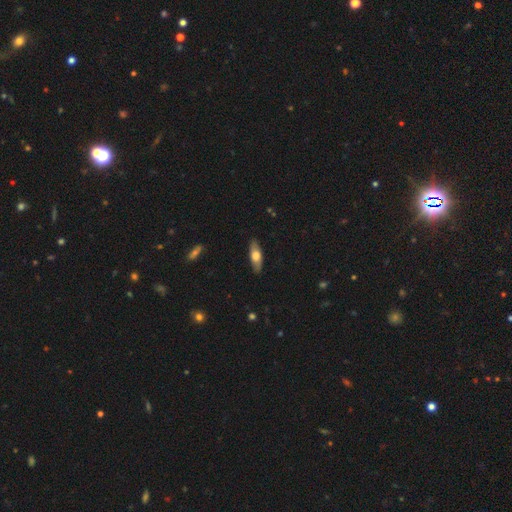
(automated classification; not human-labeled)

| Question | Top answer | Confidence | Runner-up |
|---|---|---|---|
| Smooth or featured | smooth | 55% | featured or disk (39%) |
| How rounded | in between | 59% | cigar-shaped (38%) |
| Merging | none | 86% | minor disturbance (10%) |